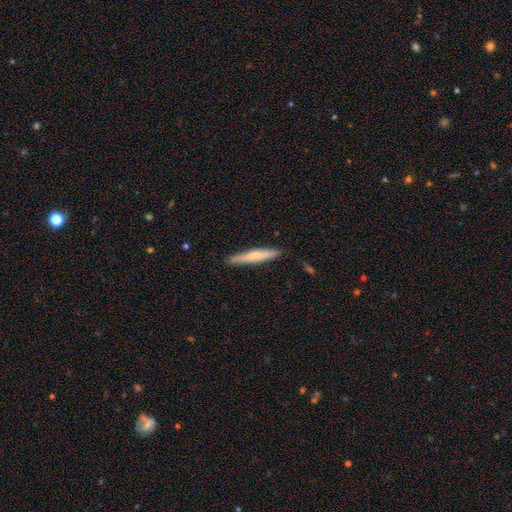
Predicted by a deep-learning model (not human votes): This is likely a smooth galaxy (62%). How rounded: clearly cigar-shaped (93%). Merging: clearly none (87%).